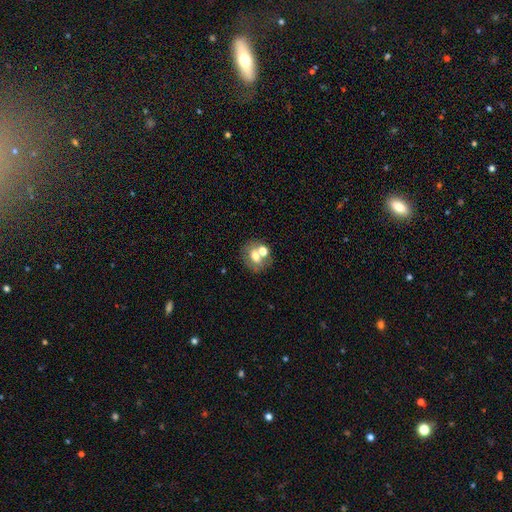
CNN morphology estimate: Overall: smooth (60%; featured or disk 27%). How rounded: round (59%; in between 40%). Merging: none (53%; merger 31%).